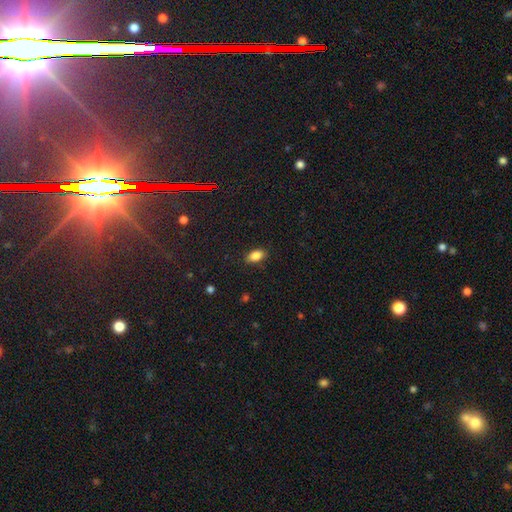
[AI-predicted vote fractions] Morphology: type=smooth (86%); roundness=in between (90%); merging=none (86%).